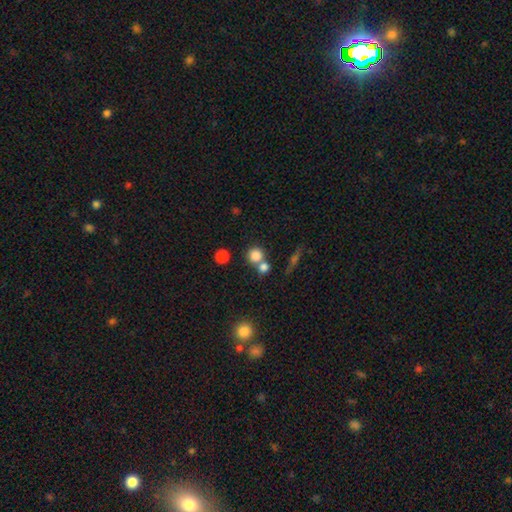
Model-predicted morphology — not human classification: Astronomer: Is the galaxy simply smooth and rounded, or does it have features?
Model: smooth — 80%.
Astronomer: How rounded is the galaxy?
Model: round — 90%.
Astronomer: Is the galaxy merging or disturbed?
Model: none — 57% (runner-up: merger, 33%).